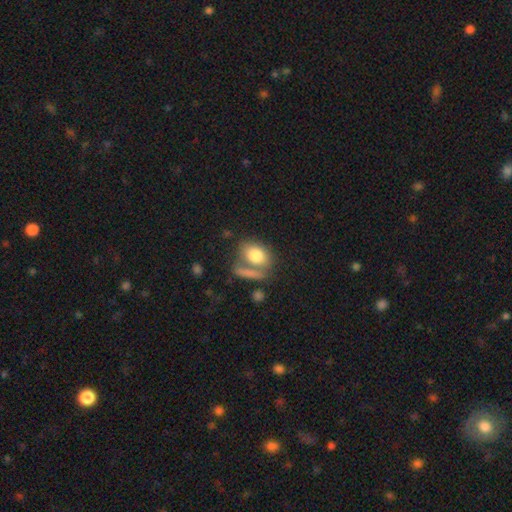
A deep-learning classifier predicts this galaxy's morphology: Smooth or featured? smooth (78%)
How rounded? in between (71%)
Merging? none (45%)